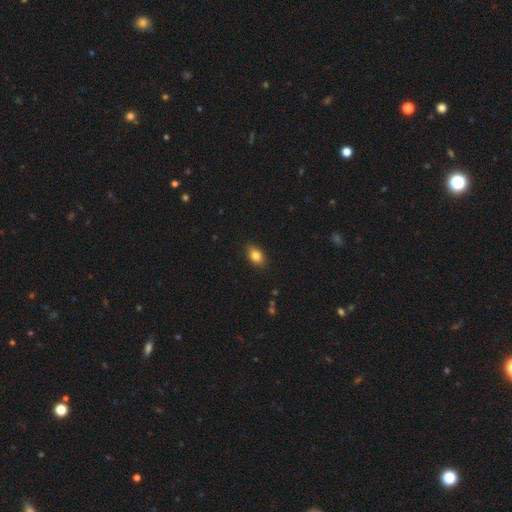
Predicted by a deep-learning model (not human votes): Smooth or featured?
  - smooth: 84% *
  - star or artifact: 9%
  - featured or disk: 7%
How rounded?
  - in between: 85% *
  - round: 14%
  - cigar-shaped: 2%
Merging?
  - none: 87% *
  - minor disturbance: 10%
  - major disturbance: 2%
  - merger: 1%